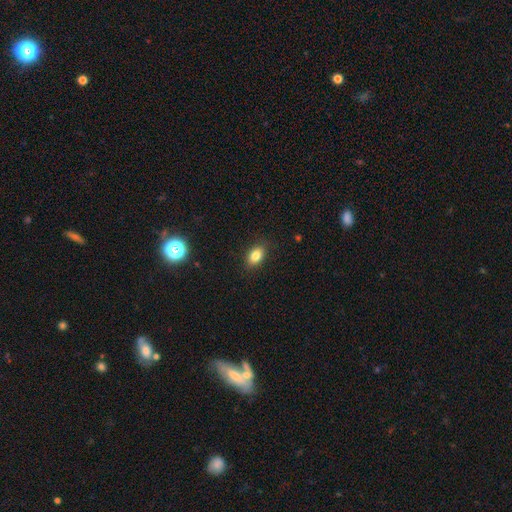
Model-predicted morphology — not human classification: This appears to be a smooth galaxy with no disk features (83%) that is in between round and cigar-shaped (84%). Merging: none (87%).